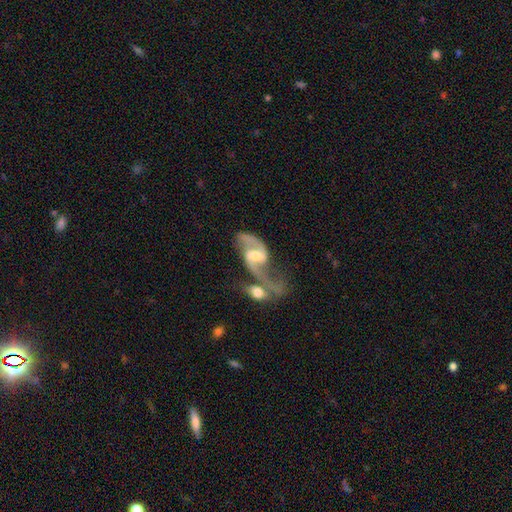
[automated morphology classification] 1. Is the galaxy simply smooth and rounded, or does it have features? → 89% featured or disk, 6% smooth, 5% star or artifact.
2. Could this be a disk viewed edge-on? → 97% no, 3% yes.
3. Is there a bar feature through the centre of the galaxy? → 50% weak, 26% strong, 23% no.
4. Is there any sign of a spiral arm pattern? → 96% yes, 4% no.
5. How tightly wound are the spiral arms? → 50% loose, 40% medium, 10% tight.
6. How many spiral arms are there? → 91% 2, 3% can't tell, 2% 1, 1% 3, 1% 4, 1% more than 4.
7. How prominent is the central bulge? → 55% moderate, 38% small, 4% large, 2% none, 1% dominant.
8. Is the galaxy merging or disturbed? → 47% merger, 27% none, 14% major disturbance, 13% minor disturbance.